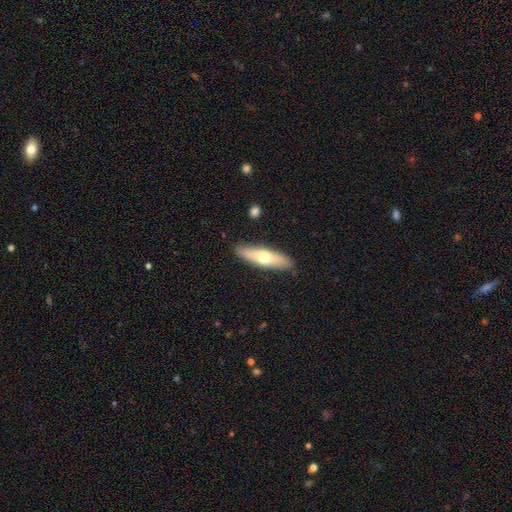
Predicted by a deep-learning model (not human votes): This appears to be a smooth galaxy with no disk features (59%) that is cigar-shaped (60%). Merging: none (88%).